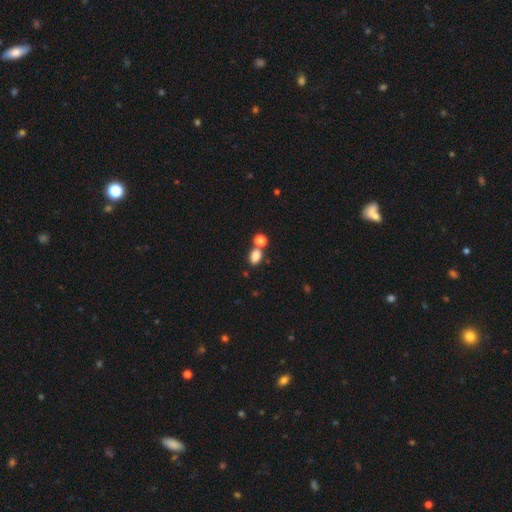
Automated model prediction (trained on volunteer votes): smooth-or-featured: smooth: 83% | star or artifact: 11% | featured or disk: 6%
  how-rounded: in between: 75% | round: 24% | cigar-shaped: 1%
  merging: none: 57% | merger: 29% | minor disturbance: 10% | major disturbance: 4%